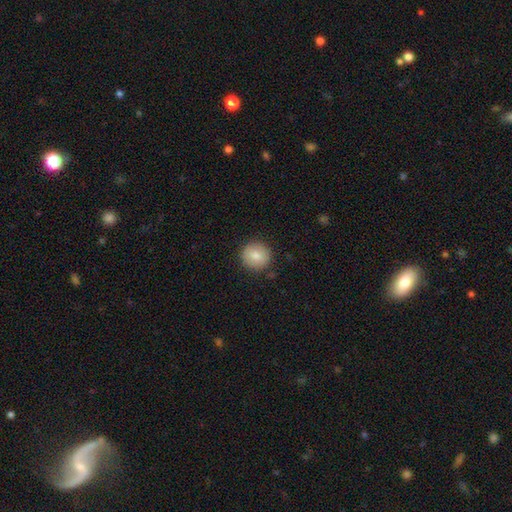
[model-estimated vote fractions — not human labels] smooth_or_featured: smooth (p=0.82) [alt: featured or disk p=0.11]
how_rounded: round (p=0.94) [alt: in between p=0.05]
merging: none (p=0.89) [alt: minor disturbance p=0.08]